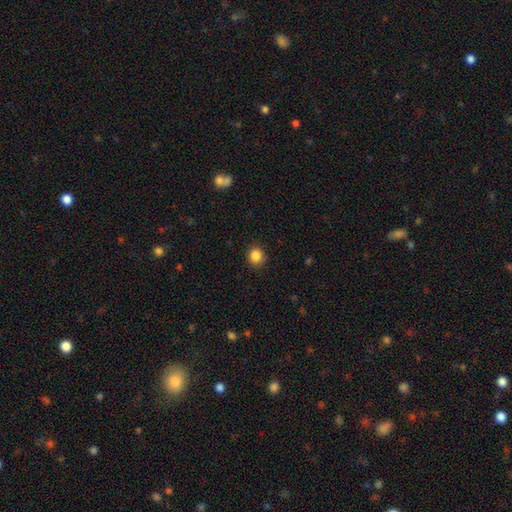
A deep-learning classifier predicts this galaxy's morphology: A smooth galaxy with no disk features (87%) that is round (86%).

Vote fractions:
- Smooth or featured? smooth: 87% / star or artifact: 10% / featured or disk: 3%
- How rounded? round: 86% / in between: 13% / cigar-shaped: 1%
- Merging? none: 90% / minor disturbance: 7% / major disturbance: 2% / merger: 1%